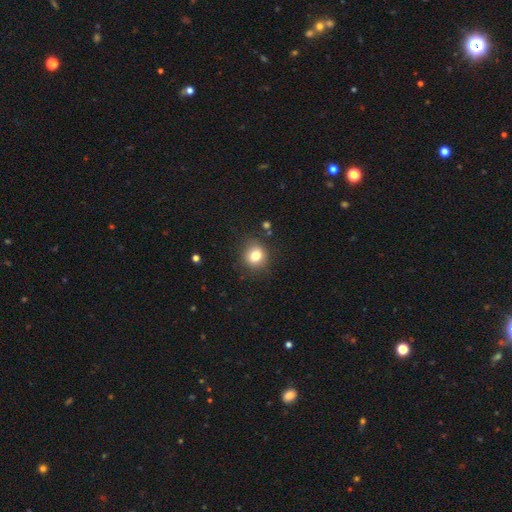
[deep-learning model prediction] smooth 79%, star or artifact 12%, featured or disk 9%. Down the decision tree: how rounded — round (82%); merging — none (85%).